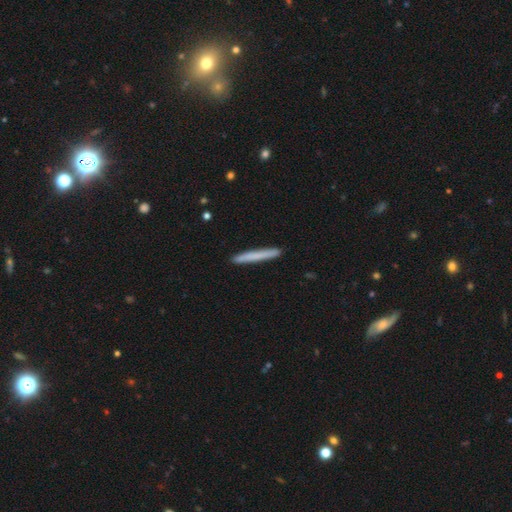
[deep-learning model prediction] smooth 72%, featured or disk 23%, star or artifact 6%. Down the decision tree: how rounded — cigar-shaped (97%); merging — none (92%).